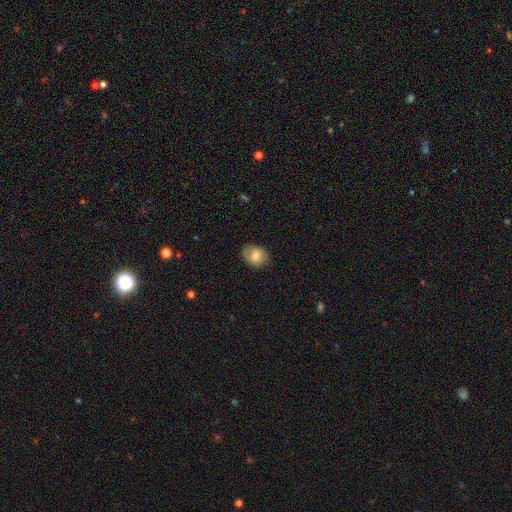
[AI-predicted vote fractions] Smooth or featured? Predicted: smooth (p=0.76). How rounded? Predicted: in between (p=0.50). Merging? Predicted: none (p=0.76).